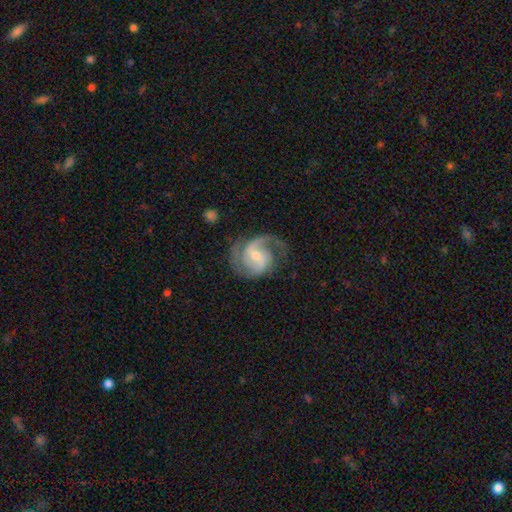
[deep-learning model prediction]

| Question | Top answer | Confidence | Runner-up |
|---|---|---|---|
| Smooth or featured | featured or disk | 89% | smooth (7%) |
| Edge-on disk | no | 98% | yes (2%) |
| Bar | weak | 48% | no (38%) |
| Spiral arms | yes | 97% | no (3%) |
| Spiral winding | medium | 54% | tight (26%) |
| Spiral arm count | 2 | 73% | 3 (10%) |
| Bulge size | small | 50% | moderate (44%) |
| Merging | none | 66% | minor disturbance (19%) |